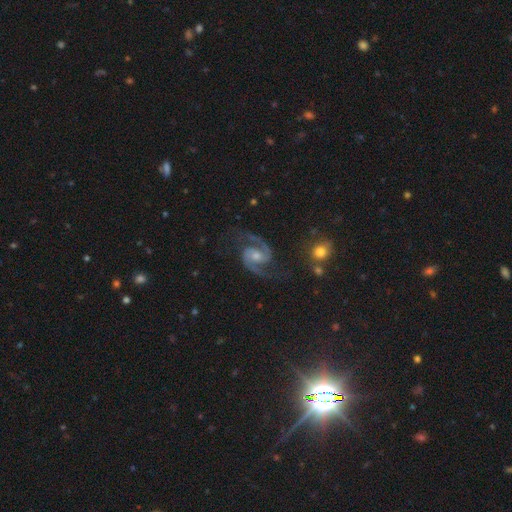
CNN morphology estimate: Q: Smooth or featured?
A: featured or disk (93%); runner-up: star or artifact (4%)
Q: Edge-on disk?
A: no (98%); runner-up: yes (2%)
Q: Bar?
A: no (54%); runner-up: weak (35%)
Q: Spiral arms?
A: yes (98%); runner-up: no (2%)
Q: Spiral winding?
A: medium (64%); runner-up: loose (21%)
Q: Spiral arm count?
A: 2 (95%); runner-up: can't tell (1%)
Q: Bulge size?
A: moderate (53%); runner-up: small (35%)
Q: Merging?
A: none (77%); runner-up: minor disturbance (14%)